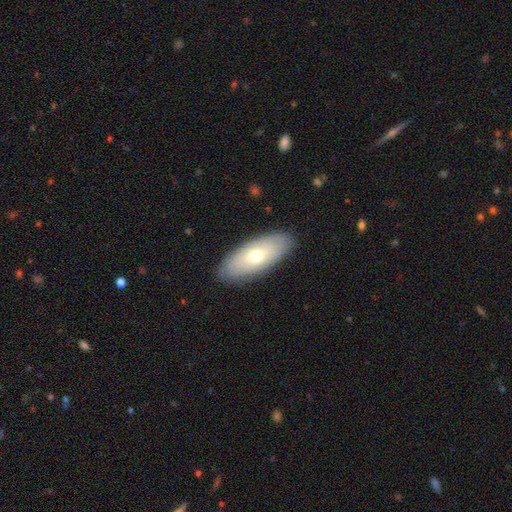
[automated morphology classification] Smooth or featured? Predicted: smooth (p=0.62). How rounded? Predicted: in between (p=0.84). Merging? Predicted: none (p=0.87).